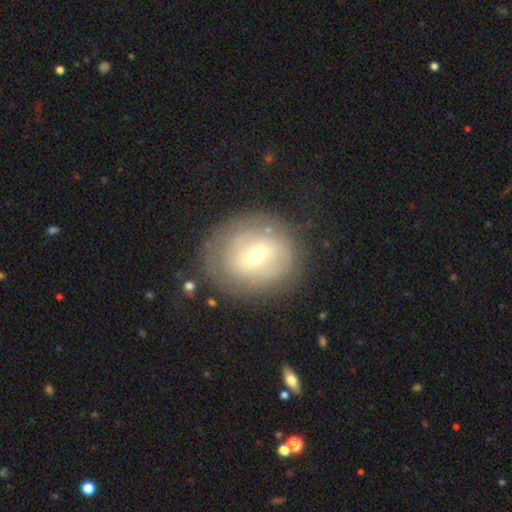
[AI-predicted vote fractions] smooth_or_featured: featured or disk (p=0.53) [alt: smooth p=0.38]
disk_edge_on: no (p=0.95) [alt: yes p=0.05]
bar: weak (p=0.45) [alt: no p=0.36]
has_spiral_arms: no (p=0.57) [alt: yes p=0.43]
bulge_size: moderate (p=0.48) [alt: small p=0.47]
merging: none (p=0.74) [alt: minor disturbance p=0.16]